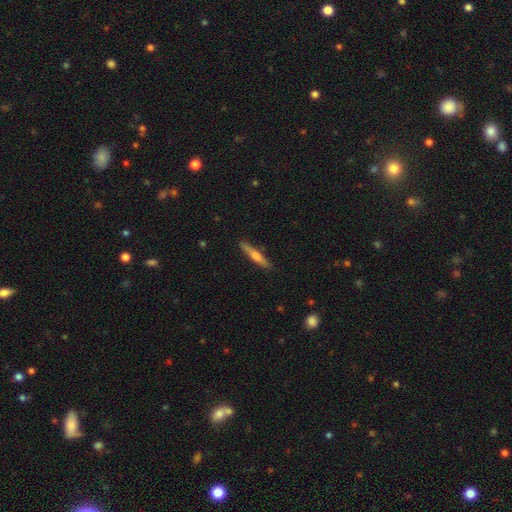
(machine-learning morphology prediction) smooth-or-featured: featured or disk: 49% | smooth: 45% | star or artifact: 6%
  merging: none: 89% | minor disturbance: 8% | major disturbance: 2% | merger: 1%